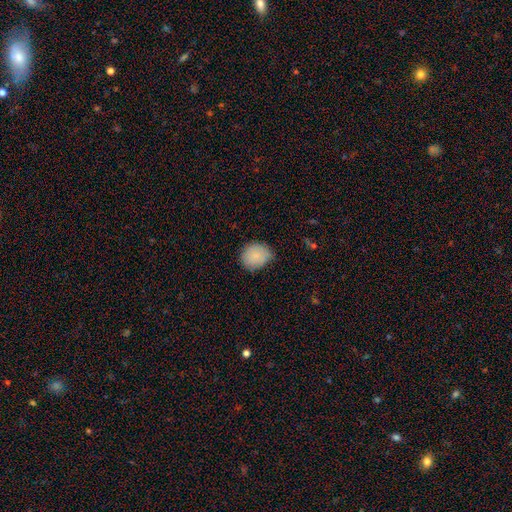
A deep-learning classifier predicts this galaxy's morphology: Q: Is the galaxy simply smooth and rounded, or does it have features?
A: smooth — 86%.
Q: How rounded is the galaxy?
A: round — 63%.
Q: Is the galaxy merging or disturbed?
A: none — 67%.